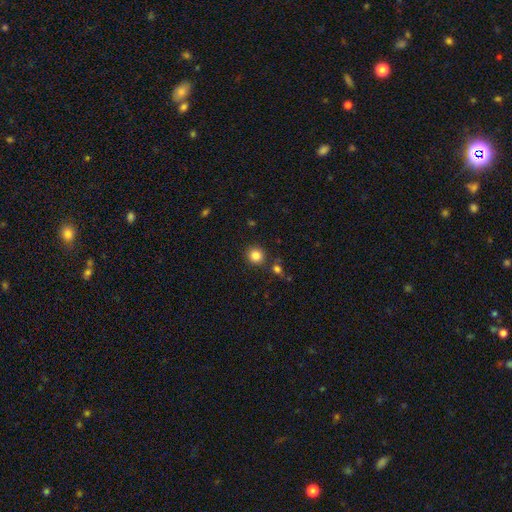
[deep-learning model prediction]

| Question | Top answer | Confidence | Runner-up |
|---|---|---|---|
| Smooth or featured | smooth | 83% | star or artifact (12%) |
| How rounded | round | 92% | in between (7%) |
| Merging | none | 87% | minor disturbance (6%) |